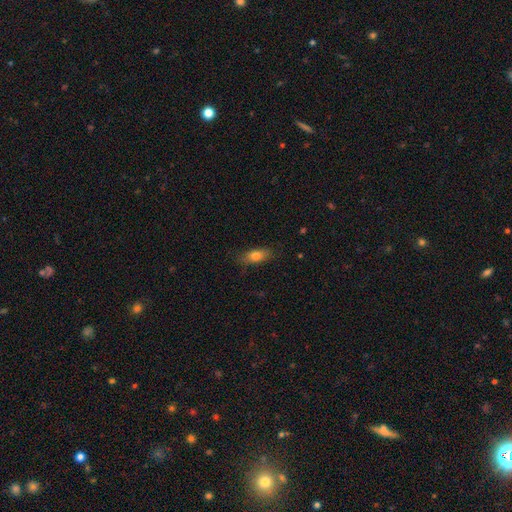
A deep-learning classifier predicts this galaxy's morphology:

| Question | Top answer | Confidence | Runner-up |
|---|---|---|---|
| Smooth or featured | smooth | 75% | featured or disk (16%) |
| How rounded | in between | 74% | cigar-shaped (22%) |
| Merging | none | 79% | minor disturbance (16%) |